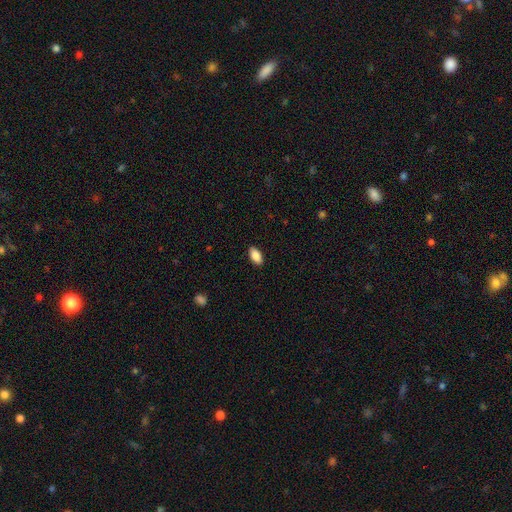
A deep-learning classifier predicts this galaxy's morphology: smooth 88%, star or artifact 7%, featured or disk 5%. Down the decision tree: how rounded — in between (93%); merging — none (89%).